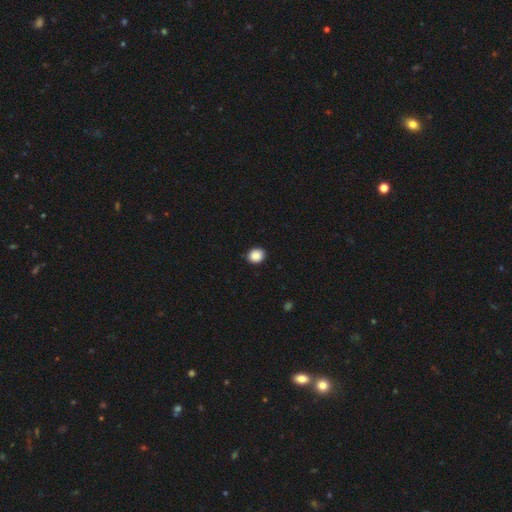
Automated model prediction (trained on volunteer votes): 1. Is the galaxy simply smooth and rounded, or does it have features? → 88% smooth, 9% star or artifact, 3% featured or disk.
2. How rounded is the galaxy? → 78% round, 21% in between, 1% cigar-shaped.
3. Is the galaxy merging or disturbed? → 91% none, 6% minor disturbance, 2% major disturbance, 1% merger.